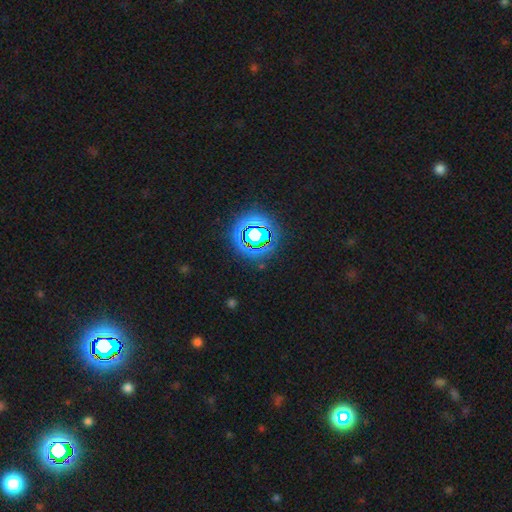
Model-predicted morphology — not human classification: A star or artifact, not a galaxy (80%).

Vote fractions:
- Smooth or featured? star or artifact: 80% / smooth: 14% / featured or disk: 6%